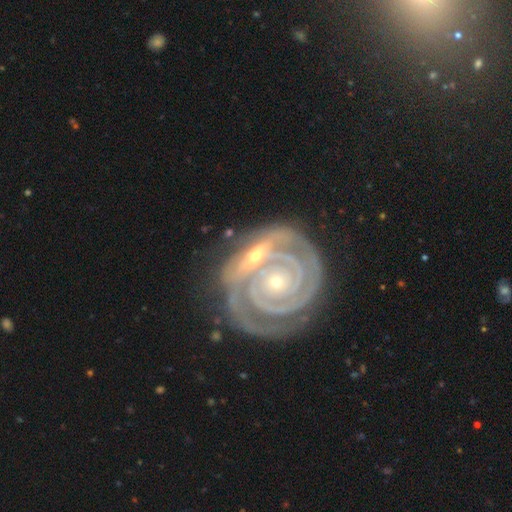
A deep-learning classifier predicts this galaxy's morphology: Smooth or featured?
  - featured or disk: 87% *
  - smooth: 8%
  - star or artifact: 5%
Edge-on disk?
  - no: 95% *
  - yes: 5%
Bar?
  - no: 75% *
  - weak: 15%
  - strong: 10%
Spiral arms?
  - yes: 95% *
  - no: 5%
Spiral winding?
  - tight: 82% *
  - medium: 15%
  - loose: 4%
Spiral arm count?
  - 2: 55% *
  - 3: 16%
  - can't tell: 14%
  - 4: 6%
  - 1: 5%
  - more than 4: 5%
Bulge size?
  - small: 70% *
  - moderate: 25%
  - large: 2%
  - none: 2%
  - dominant: 1%
Merging?
  - merger: 42% *
  - none: 35%
  - minor disturbance: 15%
  - major disturbance: 8%